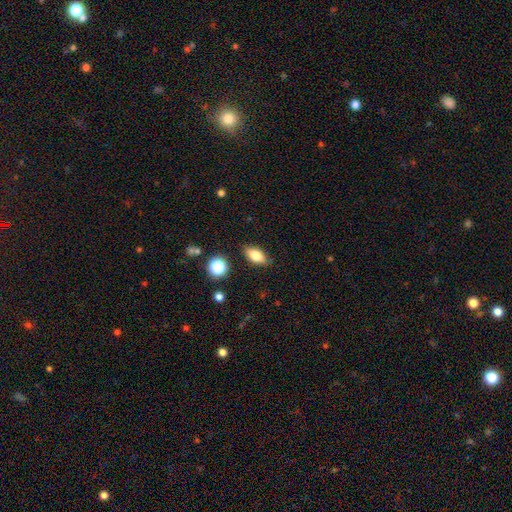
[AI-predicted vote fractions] Smooth or featured? smooth (78%)
How rounded? in between (84%)
Merging? none (85%)